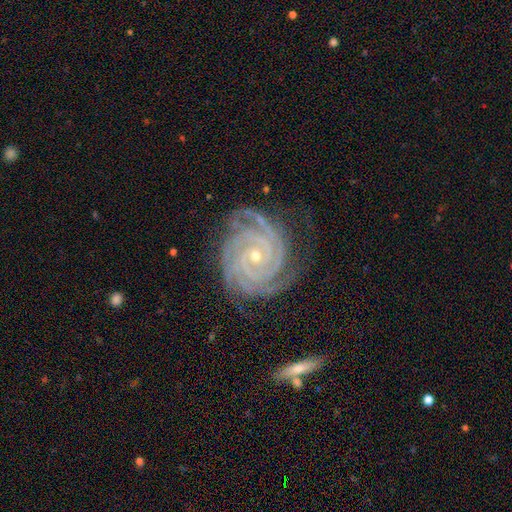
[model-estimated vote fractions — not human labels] The model was most divided on "spiral arm count": 4: 32%, 3: 26%, 2: 13%, more than 4: 11%, can't tell: 11%, 1: 8%. More confident: spiral arms — yes (99%); edge-on disk — no (98%); smooth or featured — featured or disk (93%); spiral winding — tight (88%); merging — none (77%); bulge size — small (75%); bar — no (65%).